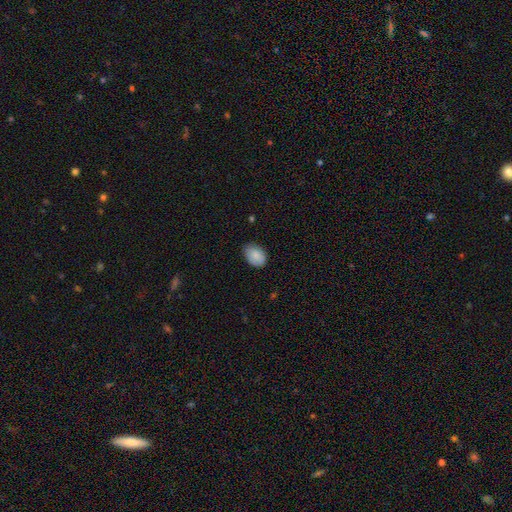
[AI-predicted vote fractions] smooth_or_featured: smooth (p=0.84) [alt: featured or disk p=0.09]
how_rounded: in between (p=0.79) [alt: round p=0.20]
merging: none (p=0.77) [alt: minor disturbance p=0.19]